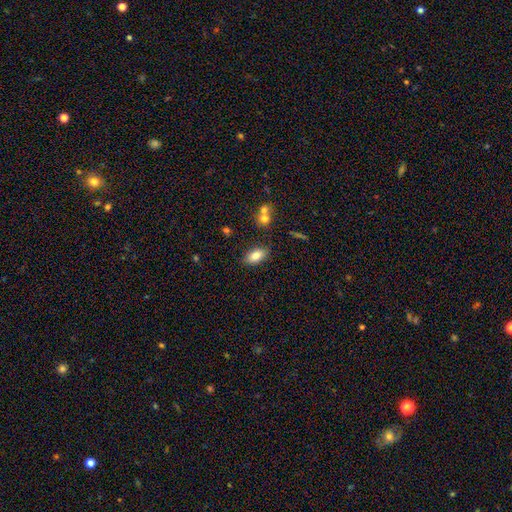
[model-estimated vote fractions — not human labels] Smooth or featured? Predicted: smooth (p=0.82). How rounded? Predicted: in between (p=0.90). Merging? Predicted: none (p=0.81).